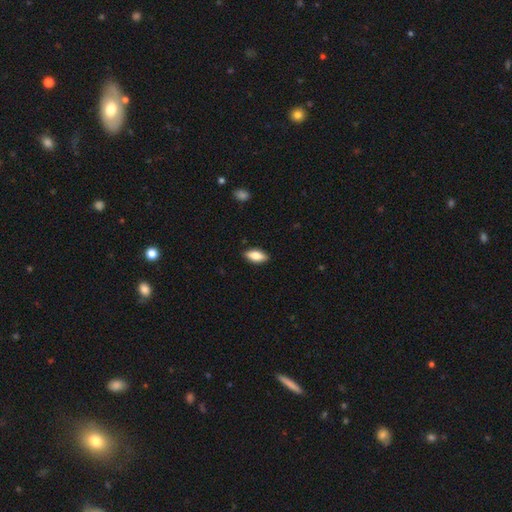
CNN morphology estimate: The model was most divided on "smooth or featured": smooth: 78%, featured or disk: 15%, star or artifact: 6%. More confident: merging — none (87%); how rounded — in between (86%).